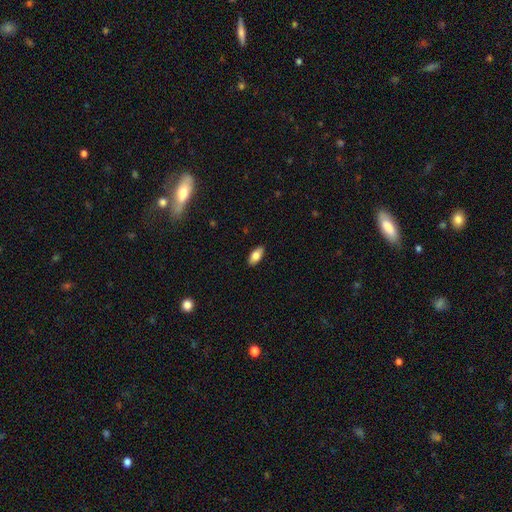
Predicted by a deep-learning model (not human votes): This is clearly a smooth galaxy (80%). How rounded: clearly in between (90%). Merging: clearly none (89%).